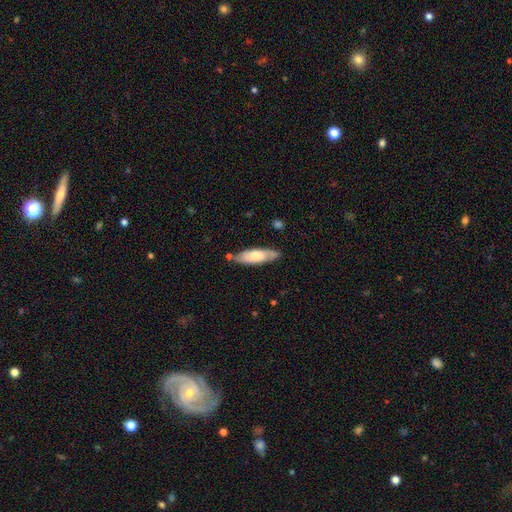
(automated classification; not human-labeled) Smooth or featured? smooth (67%)
How rounded? cigar-shaped (54%)
Merging? none (77%)